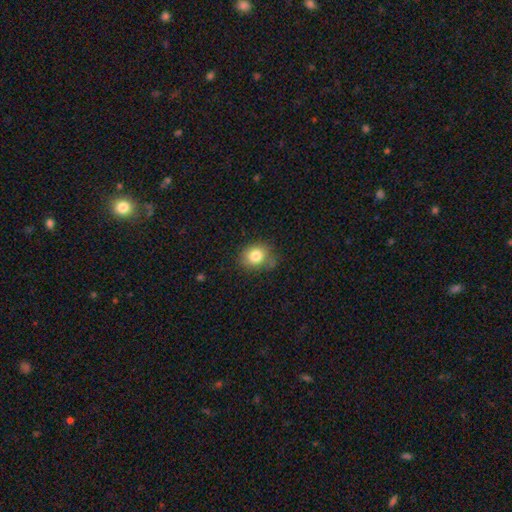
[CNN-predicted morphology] The model was most divided on "how rounded": round: 66%, in between: 34%, cigar-shaped: 1%. More confident: smooth or featured — smooth (81%); merging — none (74%).